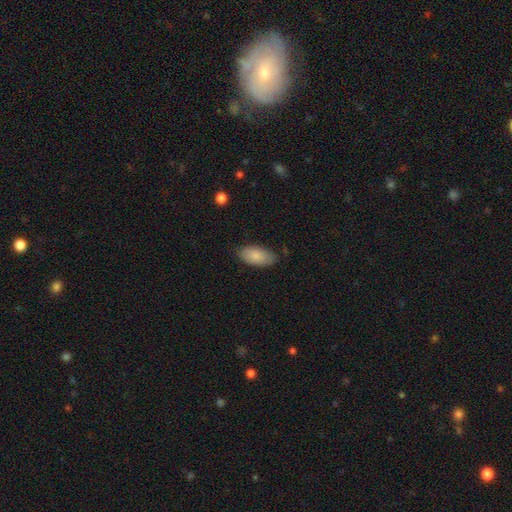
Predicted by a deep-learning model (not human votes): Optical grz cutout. It shows a smooth galaxy with no disk features (83%) that is in between round and cigar-shaped (93%). Merging: none (78%).